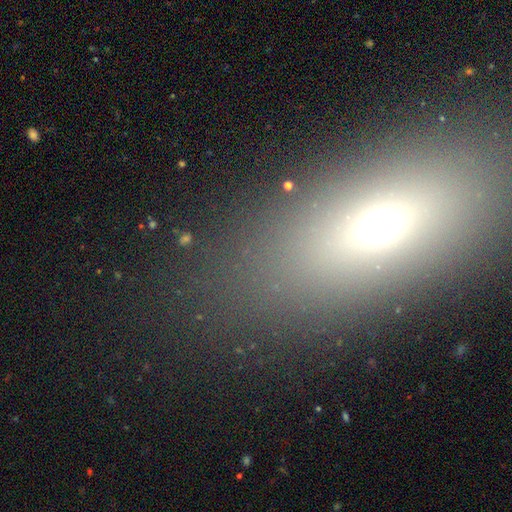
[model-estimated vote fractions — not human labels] This is possibly a smooth galaxy (59%). How rounded: likely in between (71%). Merging: clearly none (80%).